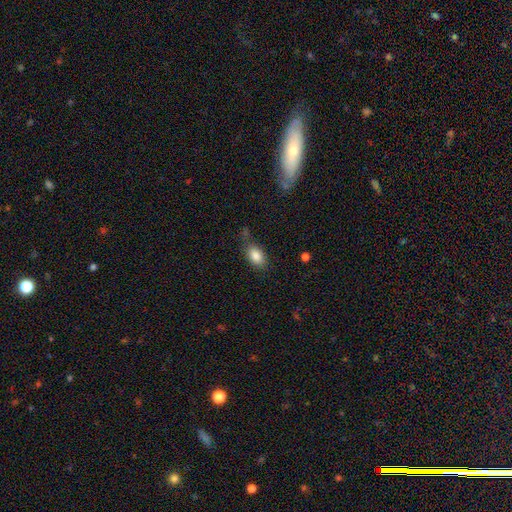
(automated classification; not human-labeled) Overall: smooth (85%). How rounded: in between (90%). Merging: none (67%).